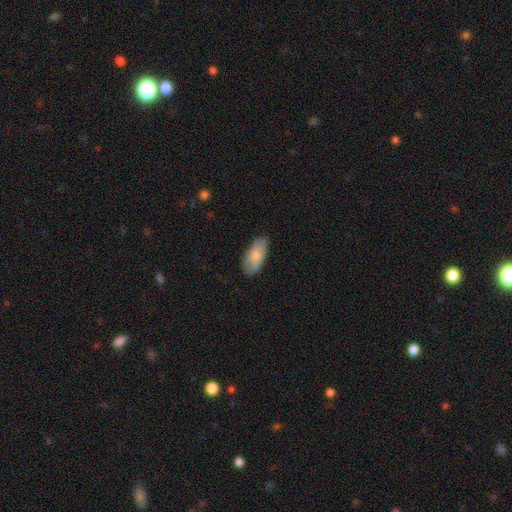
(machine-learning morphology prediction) Q: Smooth or featured?
A: smooth (74%); runner-up: featured or disk (20%)
Q: How rounded?
A: in between (92%); runner-up: cigar-shaped (6%)
Q: Merging?
A: none (67%); runner-up: minor disturbance (27%)